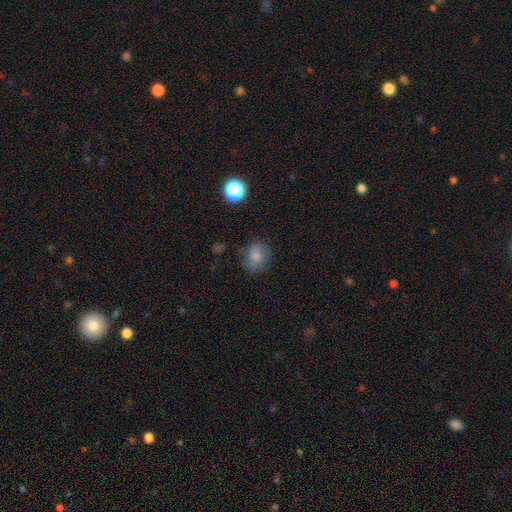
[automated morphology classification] smooth 78%, star or artifact 11%, featured or disk 10%. Down the decision tree: how rounded — round (63%); merging — none (72%).